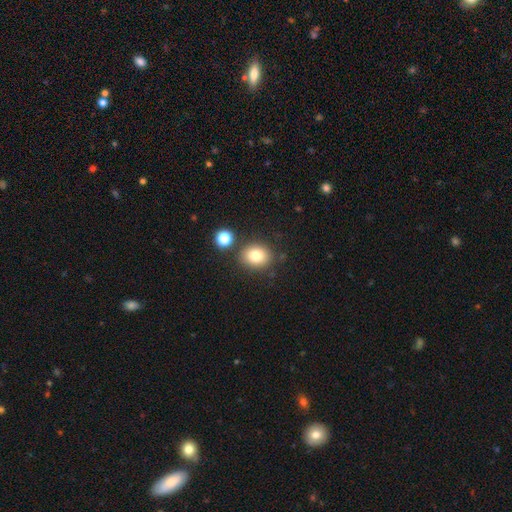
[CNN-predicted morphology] Smooth or featured? smooth (79%)
How rounded? round (64%)
Merging? none (80%)